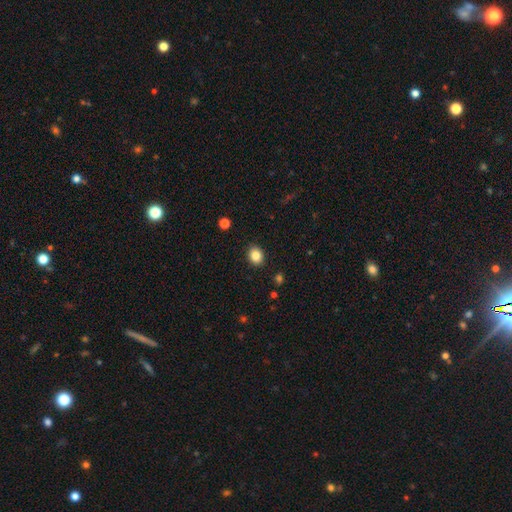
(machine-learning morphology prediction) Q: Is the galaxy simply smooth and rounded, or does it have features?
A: smooth — 85%.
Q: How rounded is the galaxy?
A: round — 53%.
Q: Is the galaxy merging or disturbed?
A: none — 89%.